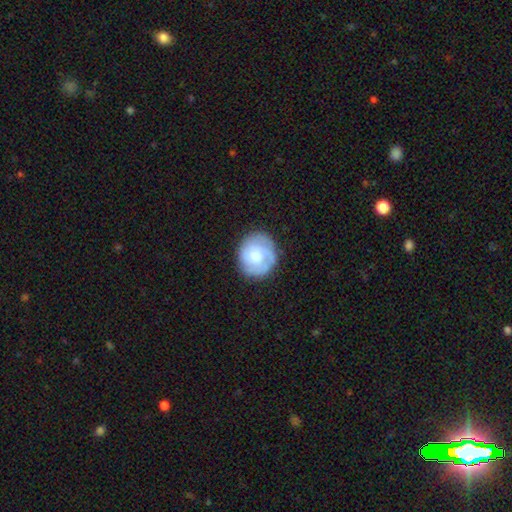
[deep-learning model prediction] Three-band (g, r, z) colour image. It shows a featured or disk galaxy (49%). Merging: none (77%).